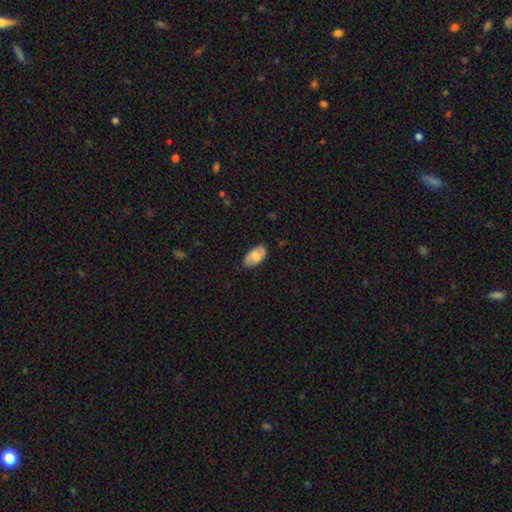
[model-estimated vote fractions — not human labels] Smooth or featured? smooth (55%)
How rounded? in between (93%)
Merging? none (82%)